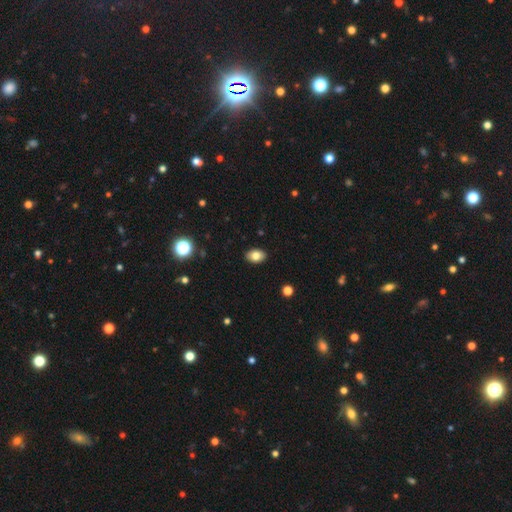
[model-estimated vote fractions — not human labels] smooth-or-featured: smooth: 81% | featured or disk: 10% | star or artifact: 9%
  how-rounded: in between: 81% | round: 18% | cigar-shaped: 1%
  merging: none: 90% | minor disturbance: 7% | major disturbance: 2% | merger: 1%